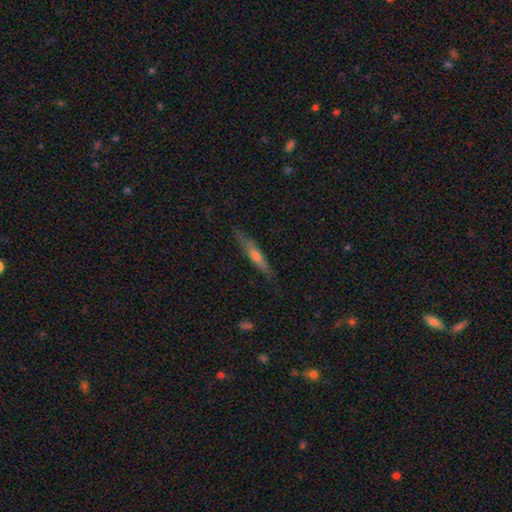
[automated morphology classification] smooth_or_featured: featured or disk (p=0.64) [alt: smooth p=0.29]
disk_edge_on: yes (p=0.95) [alt: no p=0.05]
edge_on_bulge: rounded (p=0.73) [alt: none p=0.20]
merging: none (p=0.86) [alt: minor disturbance p=0.10]